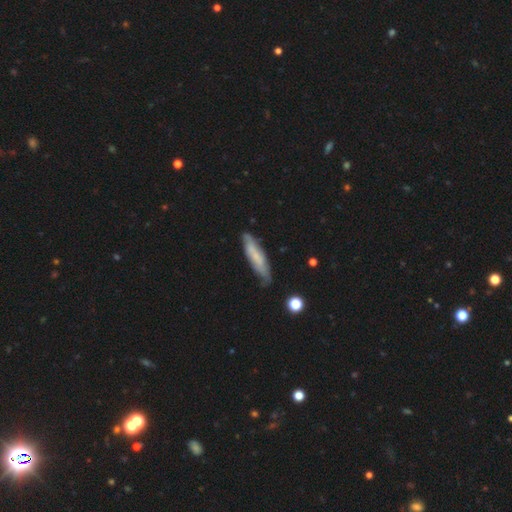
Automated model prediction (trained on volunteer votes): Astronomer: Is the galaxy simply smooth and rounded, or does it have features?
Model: smooth — 55% (runner-up: featured or disk, 38%).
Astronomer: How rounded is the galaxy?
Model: cigar-shaped — 78%.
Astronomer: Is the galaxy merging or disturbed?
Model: none — 70%.